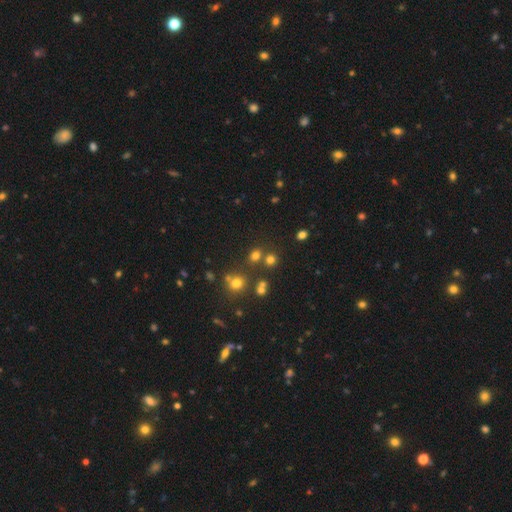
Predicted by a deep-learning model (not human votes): Smooth or featured: smooth — 68% (star or artifact — 24%)
How rounded: round — 71% (in between — 27%)
Merging: none — 68% (merger — 18%)